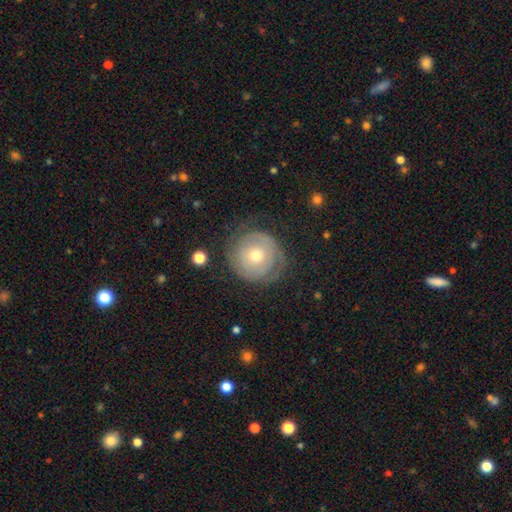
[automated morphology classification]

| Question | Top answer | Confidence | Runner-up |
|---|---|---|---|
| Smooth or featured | featured or disk | 59% | smooth (33%) |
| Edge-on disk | no | 96% | yes (4%) |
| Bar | no | 81% | weak (15%) |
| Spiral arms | yes | 72% | no (28%) |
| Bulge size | moderate | 60% | small (34%) |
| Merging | none | 72% | minor disturbance (17%) |